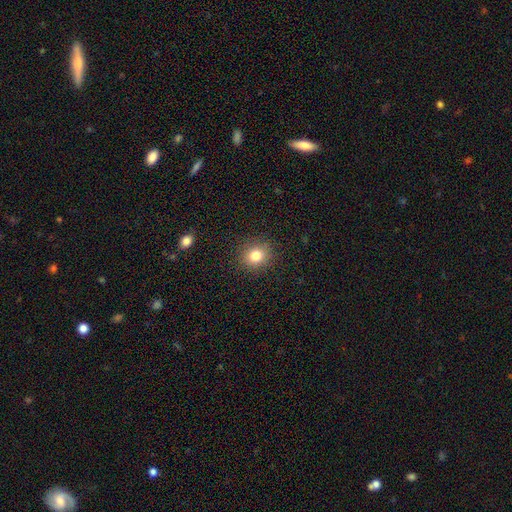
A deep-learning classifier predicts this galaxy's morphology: Q: Smooth or featured?
A: smooth (80%); runner-up: star or artifact (12%)
Q: How rounded?
A: round (81%); runner-up: in between (18%)
Q: Merging?
A: none (89%); runner-up: minor disturbance (7%)